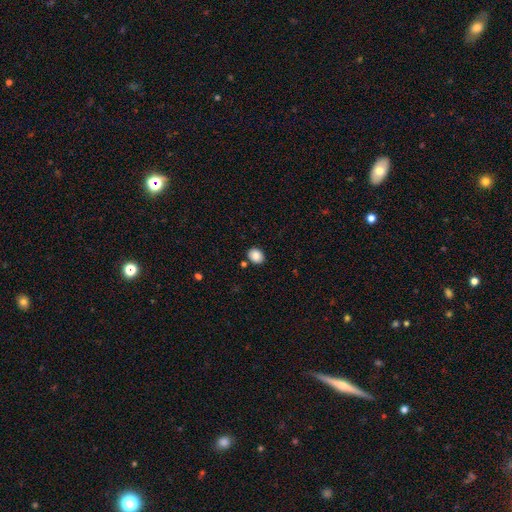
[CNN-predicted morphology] Smooth or featured?
  - smooth: 87% *
  - star or artifact: 9%
  - featured or disk: 5%
How rounded?
  - round: 56% *
  - in between: 43%
  - cigar-shaped: 1%
Merging?
  - none: 86% *
  - minor disturbance: 8%
  - merger: 4%
  - major disturbance: 2%